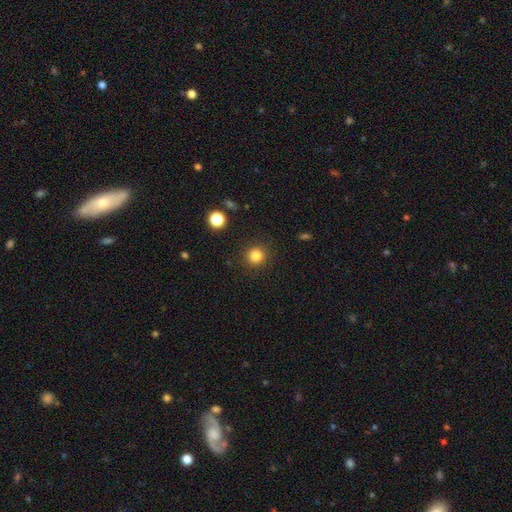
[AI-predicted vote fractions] The model was most divided on "smooth or featured": smooth: 83%, star or artifact: 12%, featured or disk: 5%. More confident: how rounded — round (94%); merging — none (91%).